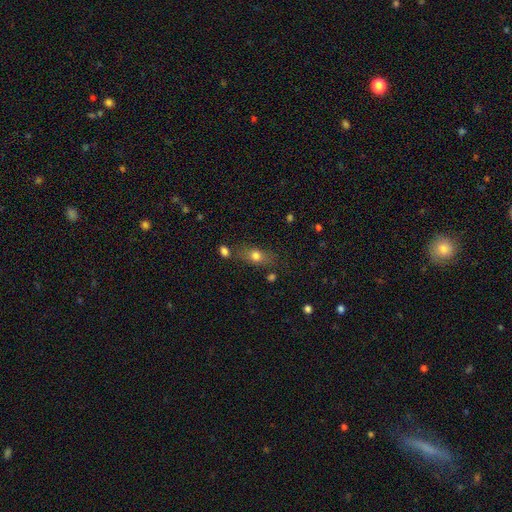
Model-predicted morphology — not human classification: Smooth or featured? smooth (73%)
How rounded? in between (70%)
Merging? none (68%)